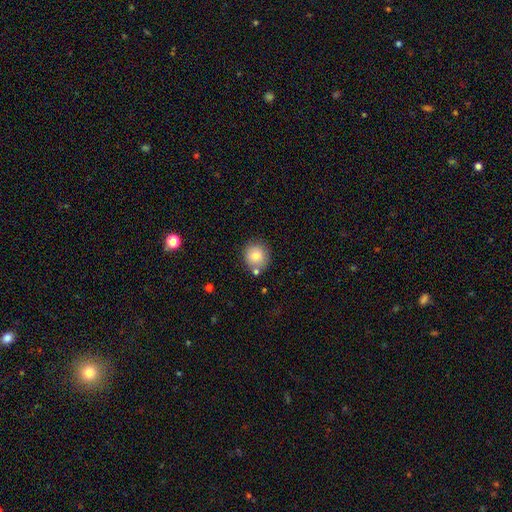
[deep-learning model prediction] Smooth or featured? smooth (78%)
How rounded? round (89%)
Merging? none (75%)